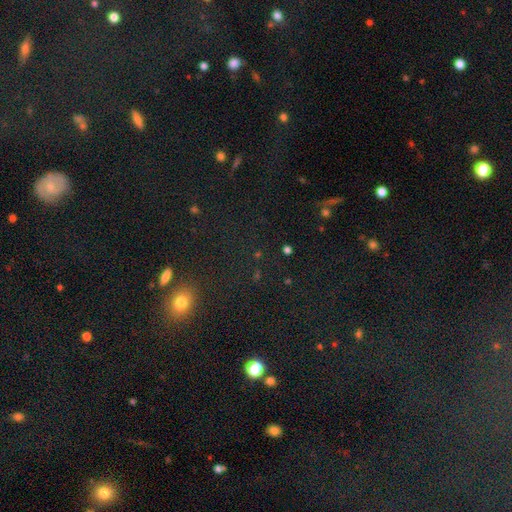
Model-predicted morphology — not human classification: The model was most divided on "smooth or featured": star or artifact: 46%, smooth: 45%, featured or disk: 9%.